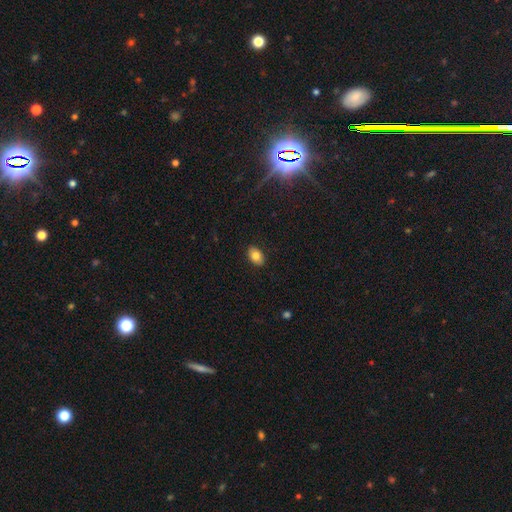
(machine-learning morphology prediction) smooth_or_featured: smooth (p=0.83) [alt: featured or disk p=0.09]
how_rounded: in between (p=0.87) [alt: round p=0.12]
merging: none (p=0.89) [alt: minor disturbance p=0.09]